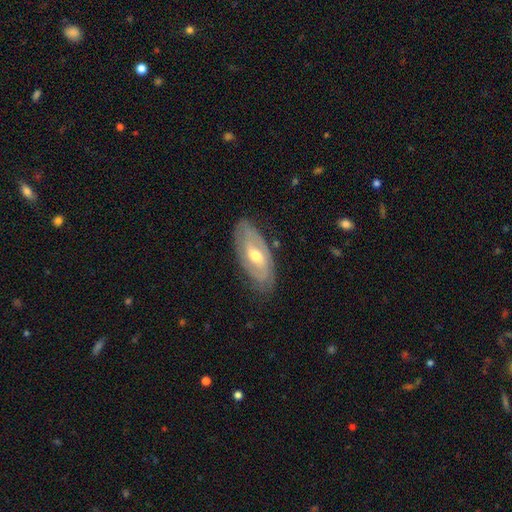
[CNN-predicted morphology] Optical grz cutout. It shows a featured or disk galaxy (73%) with a weak bar (45%), 2 (59%) tight (50%) spiral arms (82%) and a moderate central bulge (70%). Merging: none (76%).